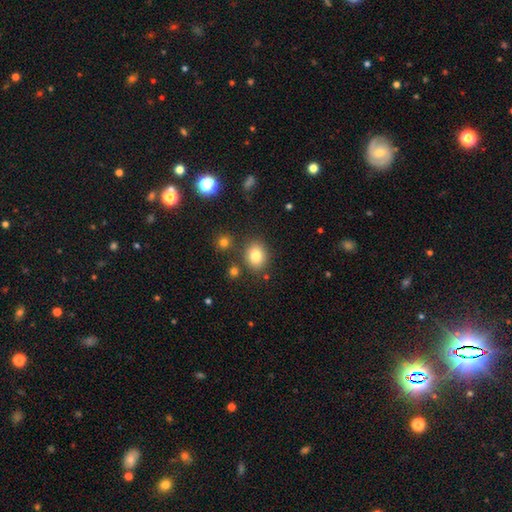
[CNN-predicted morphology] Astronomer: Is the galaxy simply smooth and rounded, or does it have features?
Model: smooth — 81%.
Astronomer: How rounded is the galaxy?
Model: round — 63%.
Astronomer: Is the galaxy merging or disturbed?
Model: none — 82%.